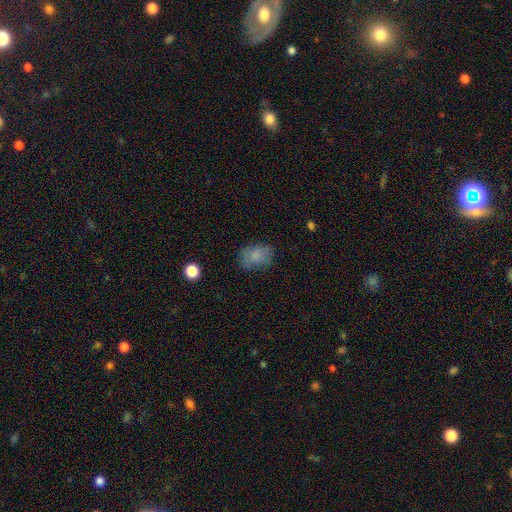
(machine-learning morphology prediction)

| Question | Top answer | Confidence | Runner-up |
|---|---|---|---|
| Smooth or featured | smooth | 78% | featured or disk (12%) |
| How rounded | in between | 75% | round (23%) |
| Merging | none | 72% | minor disturbance (20%) |